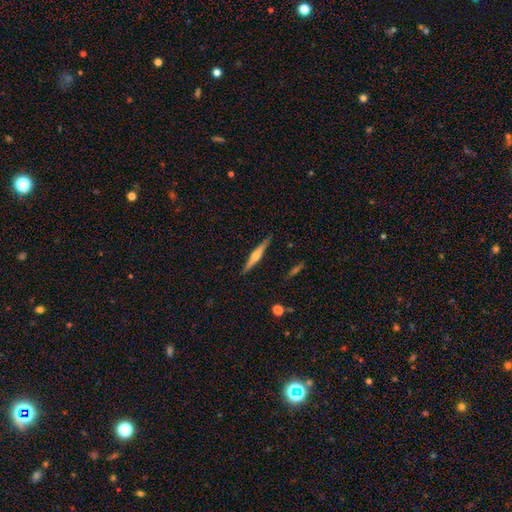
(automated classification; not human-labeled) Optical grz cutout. It shows a featured or disk galaxy (66%) viewed edge-on (97%) with a rounded central bulge (90%). Merging: none (90%).